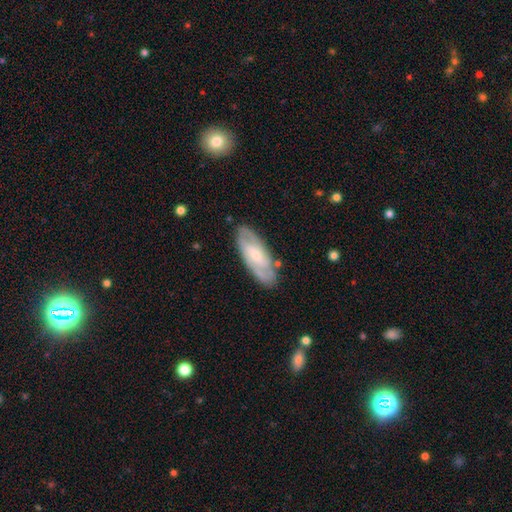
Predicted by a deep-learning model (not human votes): The model was most divided on "bar": no: 44%, weak: 41%, strong: 15%. Remaining: edge-on disk — no (89%); spiral arms — yes (88%); merging — none (81%); smooth or featured — featured or disk (71%); bulge size — small (66%); spiral arm count — 2 (57%); spiral winding — tight (46%).